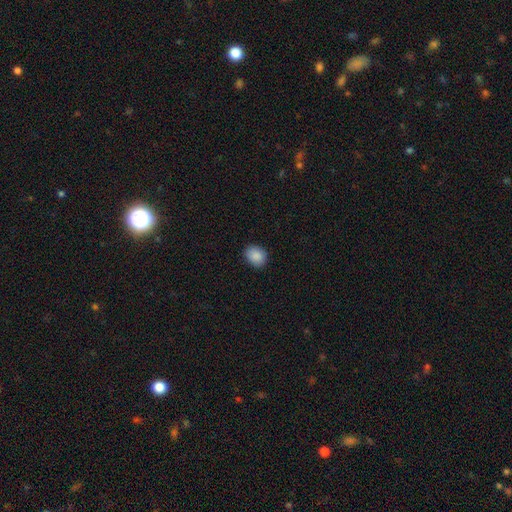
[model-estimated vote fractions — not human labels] This appears to be a smooth galaxy with no disk features (89%) that is round (51%). Merging: none (85%).